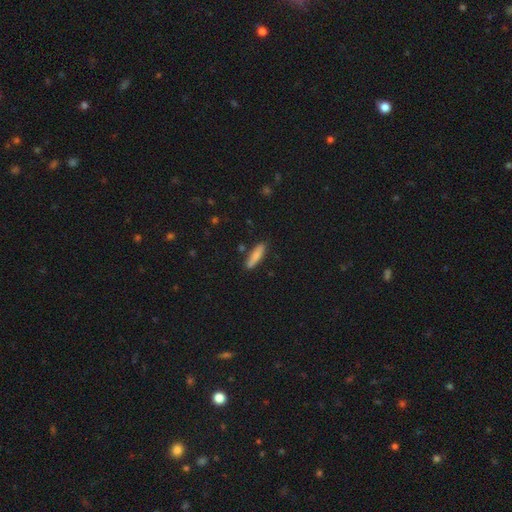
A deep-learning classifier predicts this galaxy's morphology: Q: Smooth or featured?
A: smooth (82%); runner-up: featured or disk (12%)
Q: How rounded?
A: cigar-shaped (71%); runner-up: in between (28%)
Q: Merging?
A: none (84%); runner-up: minor disturbance (11%)